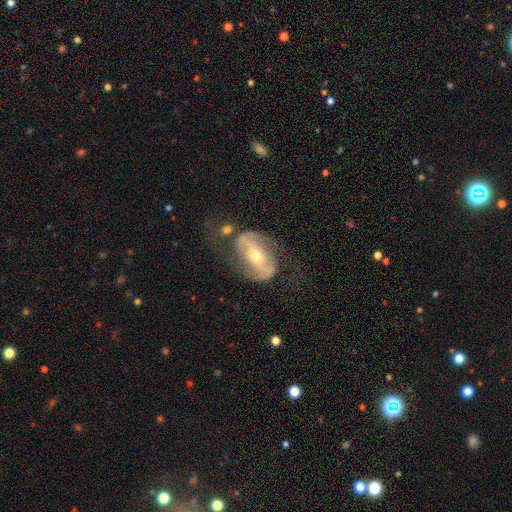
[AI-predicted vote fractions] Q: Smooth or featured?
A: featured or disk (84%); runner-up: smooth (10%)
Q: Edge-on disk?
A: no (95%); runner-up: yes (5%)
Q: Bar?
A: strong (49%); runner-up: weak (30%)
Q: Spiral arms?
A: yes (87%); runner-up: no (13%)
Q: Spiral winding?
A: medium (47%); runner-up: loose (32%)
Q: Spiral arm count?
A: 2 (88%); runner-up: can't tell (7%)
Q: Bulge size?
A: moderate (49%); runner-up: small (46%)
Q: Merging?
A: none (59%); runner-up: major disturbance (20%)